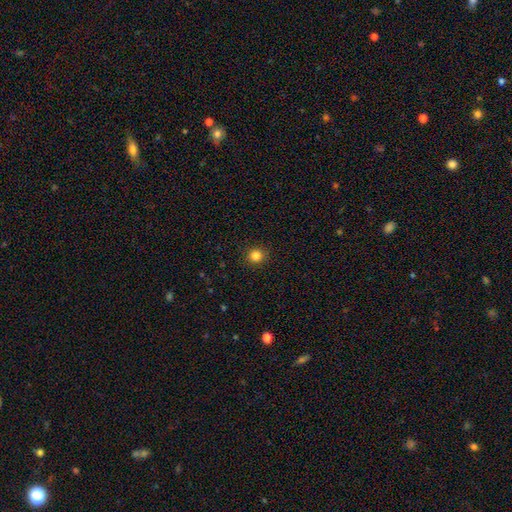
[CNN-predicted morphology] smooth-or-featured: smooth: 84% | star or artifact: 12% | featured or disk: 4%
  how-rounded: round: 92% | in between: 7% | cigar-shaped: 1%
  merging: none: 92% | minor disturbance: 5% | major disturbance: 2% | merger: 1%